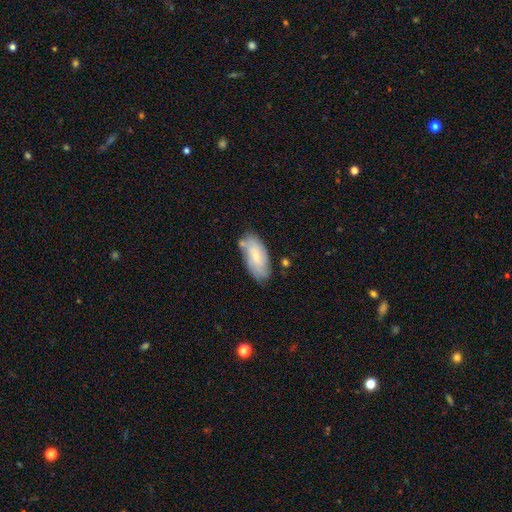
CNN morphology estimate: A smooth galaxy with no disk features (53%) that is in between round and cigar-shaped (90%). Merging: none (68%).